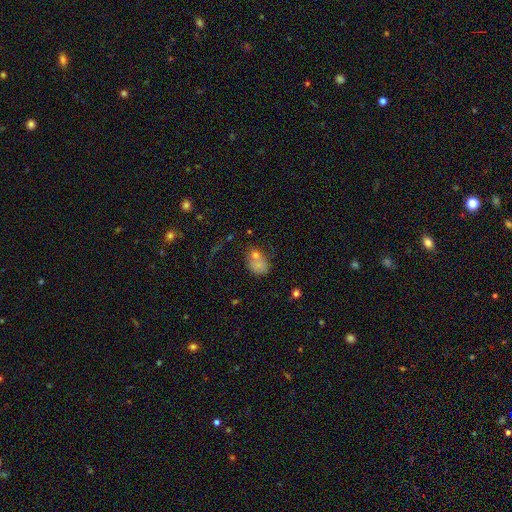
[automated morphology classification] smooth-or-featured: smooth: 57% | star or artifact: 26% | featured or disk: 17%
  how-rounded: in between: 55% | round: 42% | cigar-shaped: 2%
  merging: none: 46% | merger: 26% | minor disturbance: 16% | major disturbance: 12%